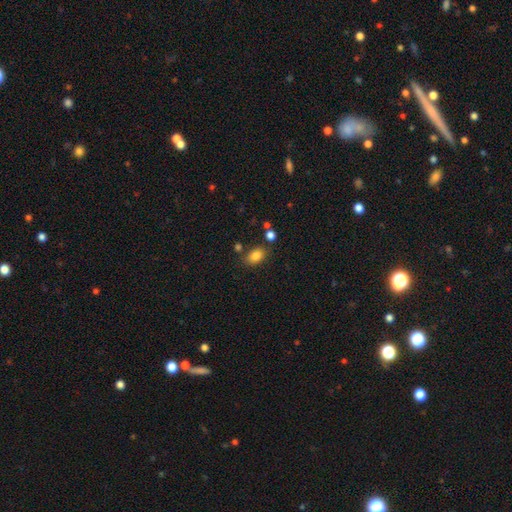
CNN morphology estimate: A smooth galaxy with no disk features (84%) that is in between round and cigar-shaped (82%). Merging: none (76%).